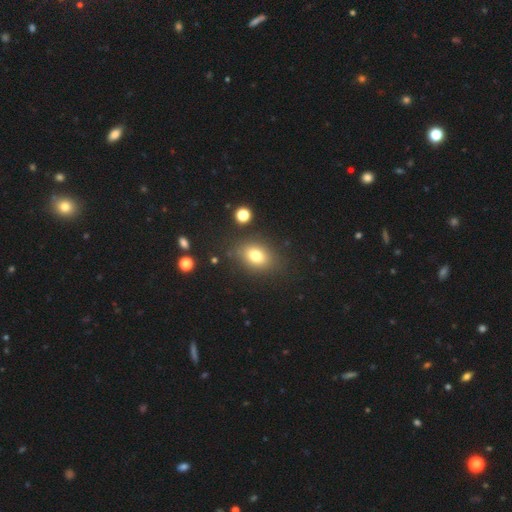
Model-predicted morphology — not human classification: Smooth or featured? Predicted: smooth (p=0.76). How rounded? Predicted: in between (p=0.66). Merging? Predicted: none (p=0.81).